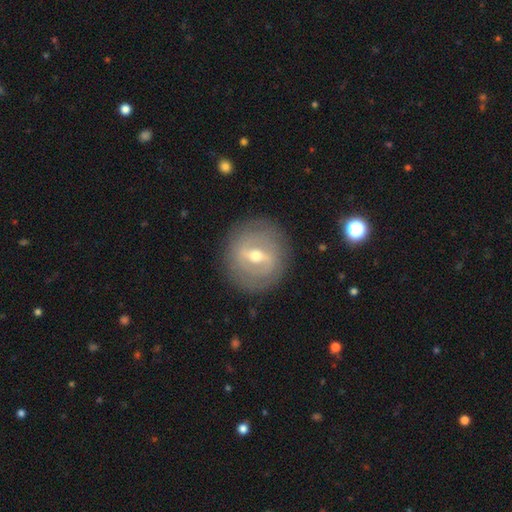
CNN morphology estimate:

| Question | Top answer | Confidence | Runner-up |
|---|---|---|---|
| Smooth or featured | featured or disk | 73% | smooth (20%) |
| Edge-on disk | no | 90% | yes (10%) |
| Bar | strong | 51% | weak (40%) |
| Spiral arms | yes | 55% | no (45%) |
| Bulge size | moderate | 63% | small (31%) |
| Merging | none | 85% | minor disturbance (10%) |